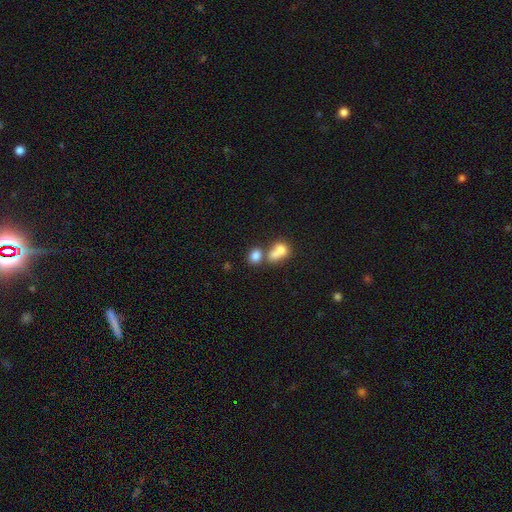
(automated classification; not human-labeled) smooth_or_featured: smooth (p=0.81) [alt: star or artifact p=0.10]
how_rounded: in between (p=0.53) [alt: round p=0.45]
merging: merger (p=0.49) [alt: none p=0.38]